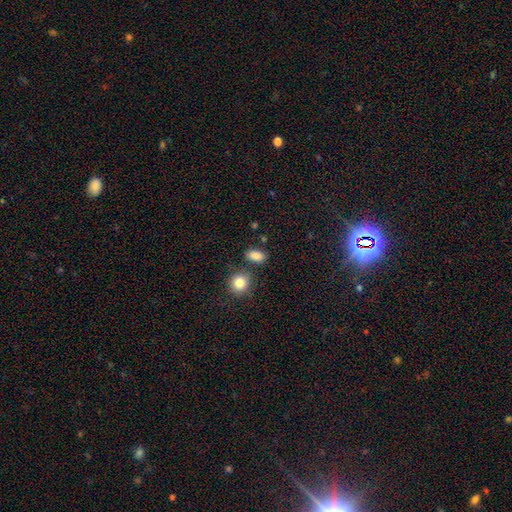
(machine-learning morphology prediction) smooth-or-featured: smooth: 87% | star or artifact: 9% | featured or disk: 4%
  how-rounded: in between: 85% | round: 12% | cigar-shaped: 3%
  merging: none: 78% | minor disturbance: 12% | merger: 7% | major disturbance: 3%